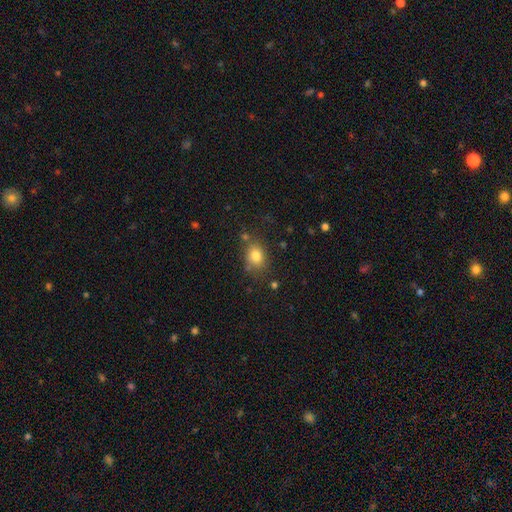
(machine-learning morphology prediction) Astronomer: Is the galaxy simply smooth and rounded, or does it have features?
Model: smooth — 80%.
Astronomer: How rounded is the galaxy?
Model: in between — 57% (runner-up: round, 42%).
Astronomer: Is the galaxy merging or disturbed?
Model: none — 71%.